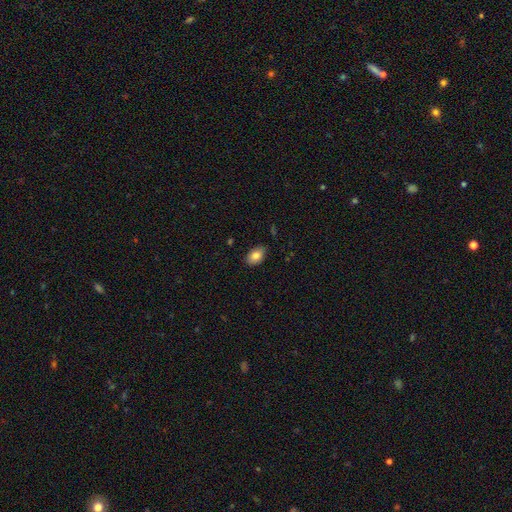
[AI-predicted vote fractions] Overall: smooth (83%). How rounded: in between (89%). Merging: none (86%).